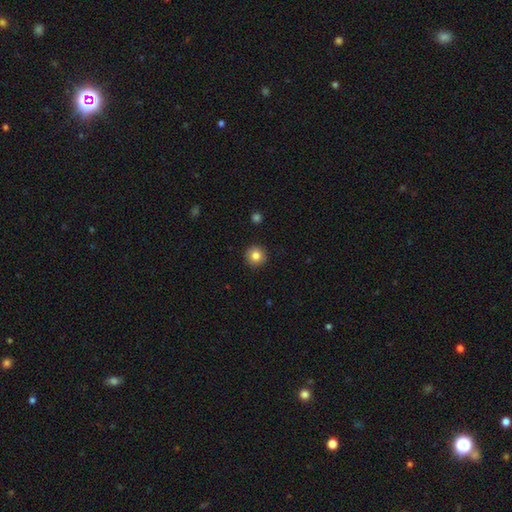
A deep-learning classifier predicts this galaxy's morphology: A smooth galaxy with no disk features (83%) that is round (94%).

Vote fractions:
- Smooth or featured? smooth: 83% / star or artifact: 10% / featured or disk: 7%
- How rounded? round: 94% / in between: 5% / cigar-shaped: 1%
- Merging? none: 92% / minor disturbance: 6% / major disturbance: 2% / merger: 1%